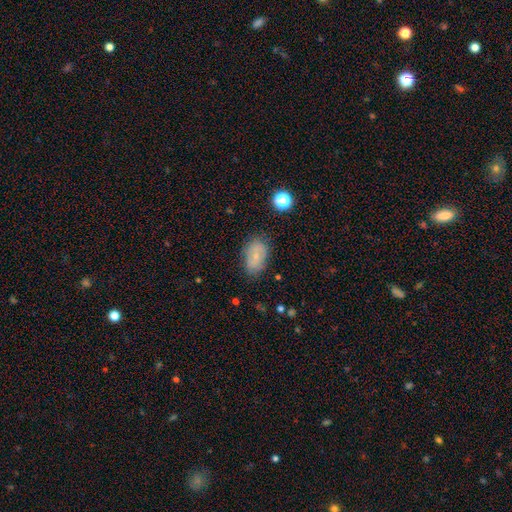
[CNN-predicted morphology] Smooth or featured?
  - smooth: 61% *
  - featured or disk: 28%
  - star or artifact: 10%
How rounded?
  - in between: 87% *
  - round: 12%
  - cigar-shaped: 2%
Merging?
  - none: 74% *
  - minor disturbance: 19%
  - major disturbance: 5%
  - merger: 2%